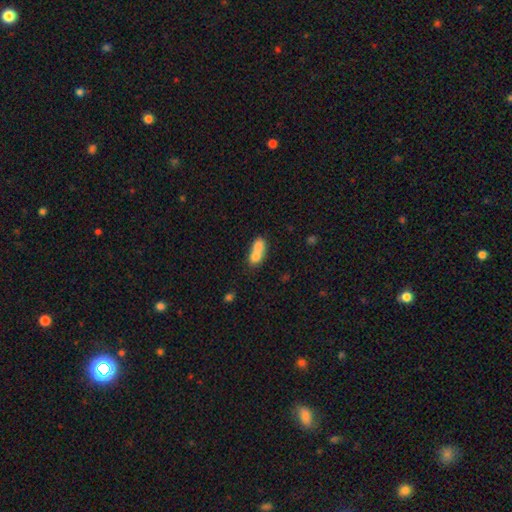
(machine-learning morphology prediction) This appears to be a smooth galaxy with no disk features (71%) that is in between round and cigar-shaped (69%). Merging: merger (69%).